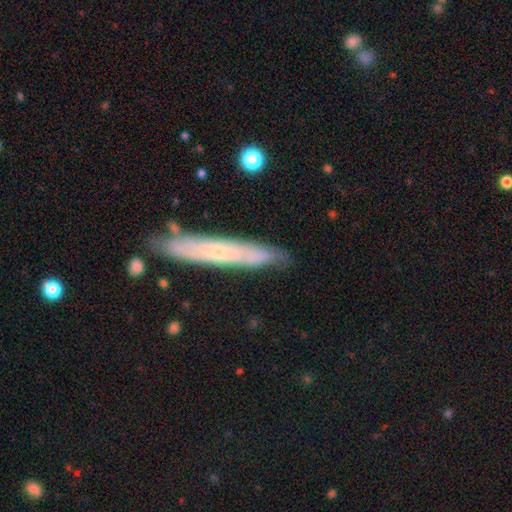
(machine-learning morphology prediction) Smooth or featured? smooth (50%)
How rounded? cigar-shaped (79%)
Merging? none (73%)